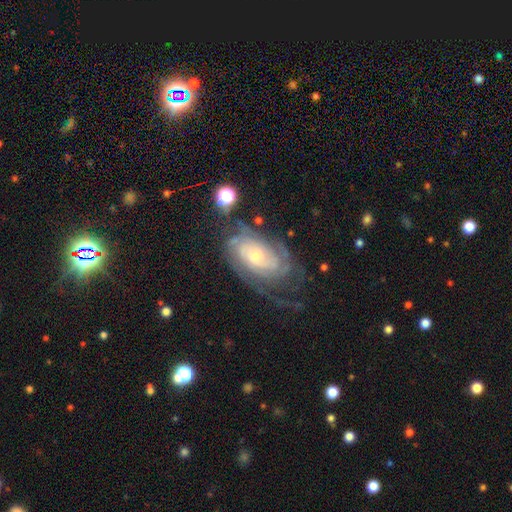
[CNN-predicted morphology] This appears to be a featured or disk galaxy (83%) with no bar (73%), tight (66%) spiral arms (93%) and a small central bulge (65%). Merging: none (58%).